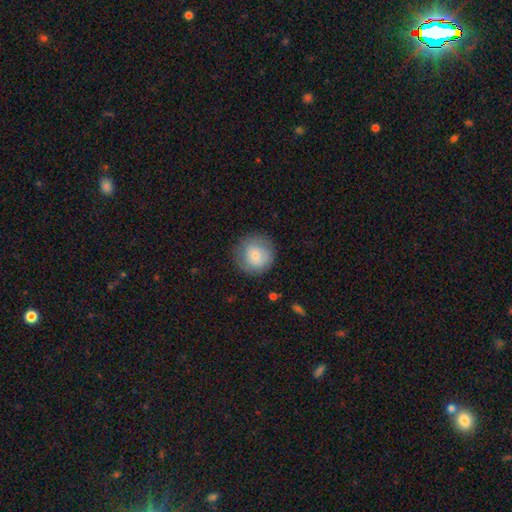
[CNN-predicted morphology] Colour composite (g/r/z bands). It shows a smooth galaxy with no disk features (73%) that is round (92%). Merging: none (78%).